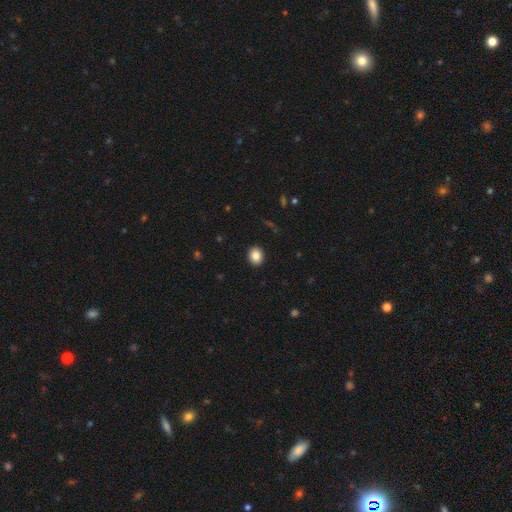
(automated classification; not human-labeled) smooth-or-featured: smooth: 86% | star or artifact: 9% | featured or disk: 5%
  how-rounded: round: 65% | in between: 35% | cigar-shaped: 1%
  merging: none: 92% | minor disturbance: 5% | major disturbance: 2% | merger: 1%